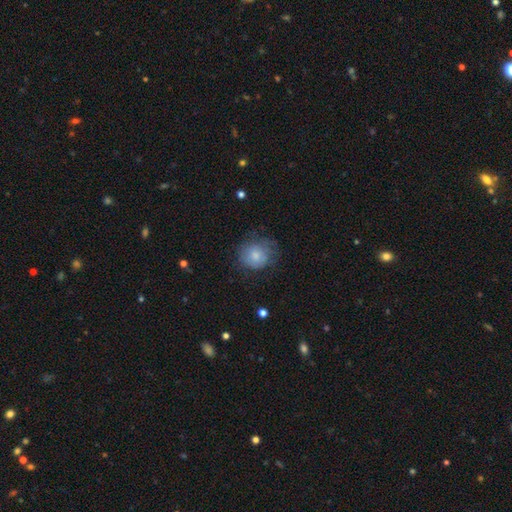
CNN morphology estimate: A smooth galaxy with no disk features (76%) that is round (80%).

Vote fractions:
- Smooth or featured? smooth: 76% / featured or disk: 16% / star or artifact: 8%
- How rounded? round: 80% / in between: 19% / cigar-shaped: 1%
- Merging? none: 58% / minor disturbance: 27% / major disturbance: 13% / merger: 1%